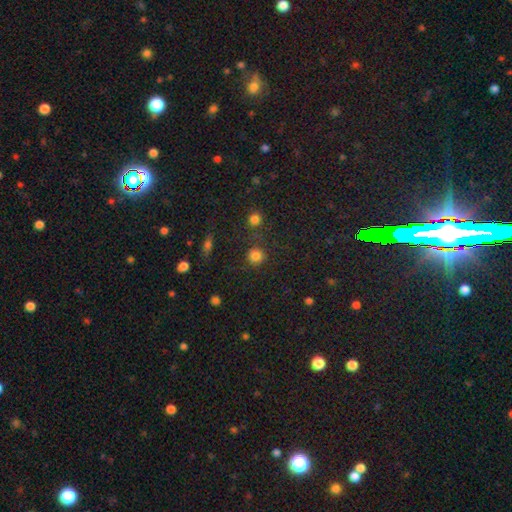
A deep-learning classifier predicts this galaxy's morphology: Smooth or featured? smooth (82%)
How rounded? round (90%)
Merging? none (81%)